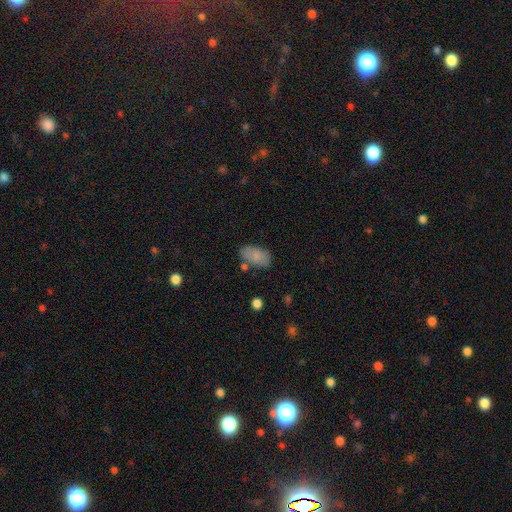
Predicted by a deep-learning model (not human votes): Smooth or featured?
  - smooth: 82% *
  - featured or disk: 10%
  - star or artifact: 7%
How rounded?
  - in between: 93% *
  - round: 5%
  - cigar-shaped: 2%
Merging?
  - none: 70% *
  - minor disturbance: 17%
  - merger: 8%
  - major disturbance: 5%